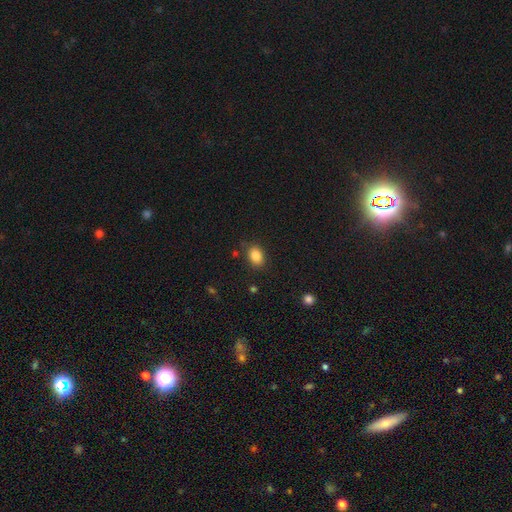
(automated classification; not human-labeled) This appears to be a smooth galaxy with no disk features (86%) that is in between round and cigar-shaped (74%). Merging: none (81%).